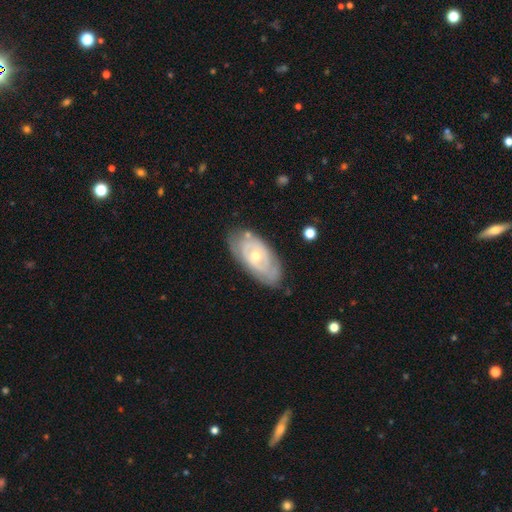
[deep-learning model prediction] smooth_or_featured: featured or disk (p=0.74) [alt: smooth p=0.21]
disk_edge_on: no (p=0.92) [alt: yes p=0.08]
bar: no (p=0.72) [alt: weak p=0.23]
has_spiral_arms: yes (p=0.68) [alt: no p=0.32]
bulge_size: moderate (p=0.50) [alt: small p=0.47]
merging: none (p=0.75) [alt: minor disturbance p=0.18]